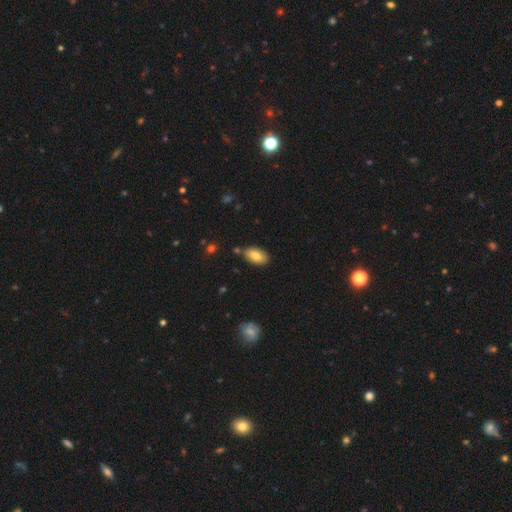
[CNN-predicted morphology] smooth-or-featured: smooth: 82% | featured or disk: 11% | star or artifact: 7%
  how-rounded: in between: 94% | round: 4% | cigar-shaped: 3%
  merging: none: 81% | minor disturbance: 12% | merger: 4% | major disturbance: 2%